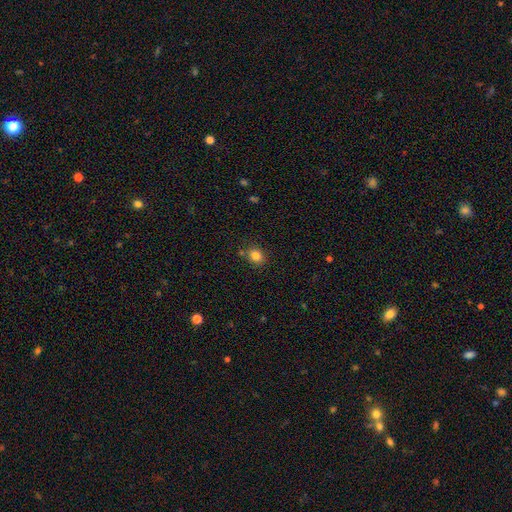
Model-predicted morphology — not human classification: Overall: smooth (83%). How rounded: round (65%; in between 34%). Merging: none (81%).